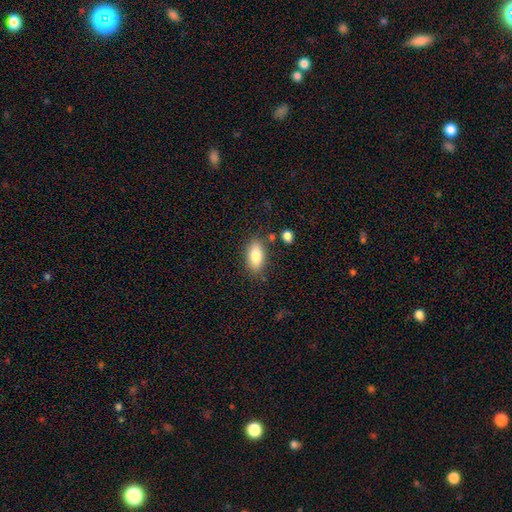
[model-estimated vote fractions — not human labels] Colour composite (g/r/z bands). It shows a smooth galaxy with no disk features (82%) that is in between round and cigar-shaped (88%). Merging: none (81%).